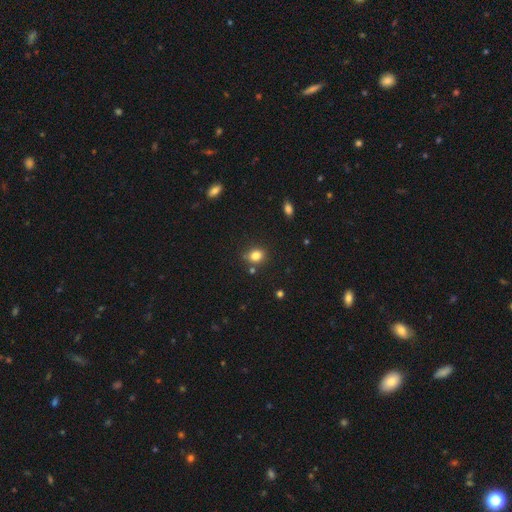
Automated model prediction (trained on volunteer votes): Morphology: type=smooth (81%); roundness=round (60%); merging=none (75%).